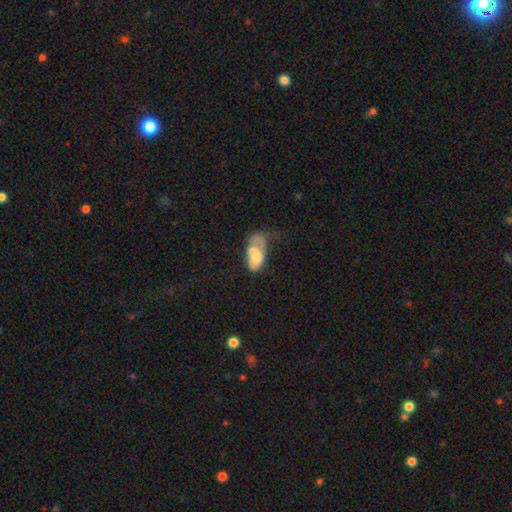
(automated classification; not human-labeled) Smooth or featured? smooth (59%)
How rounded? in between (90%)
Merging? merger (33%)